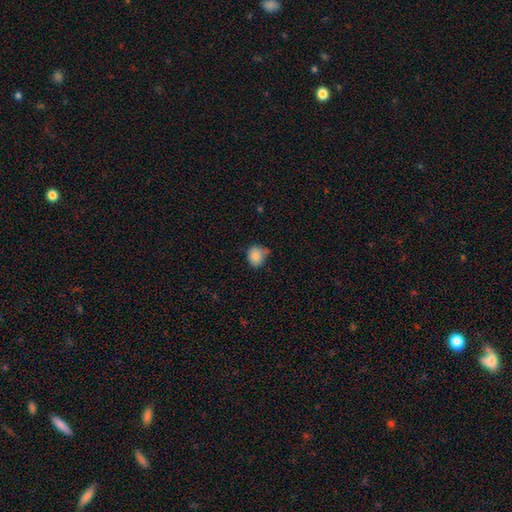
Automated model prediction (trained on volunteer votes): smooth-or-featured: smooth: 86% | star or artifact: 9% | featured or disk: 5%
  how-rounded: round: 66% | in between: 33% | cigar-shaped: 1%
  merging: none: 54% | minor disturbance: 33% | major disturbance: 7% | merger: 6%